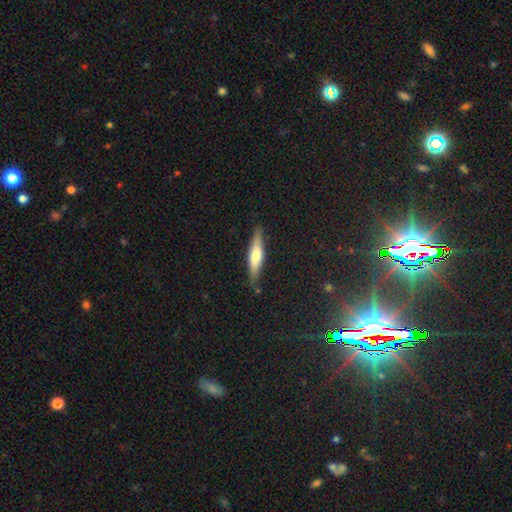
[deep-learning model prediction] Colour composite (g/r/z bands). It shows a smooth galaxy with no disk features (52%) that is cigar-shaped (79%). Merging: none (83%).